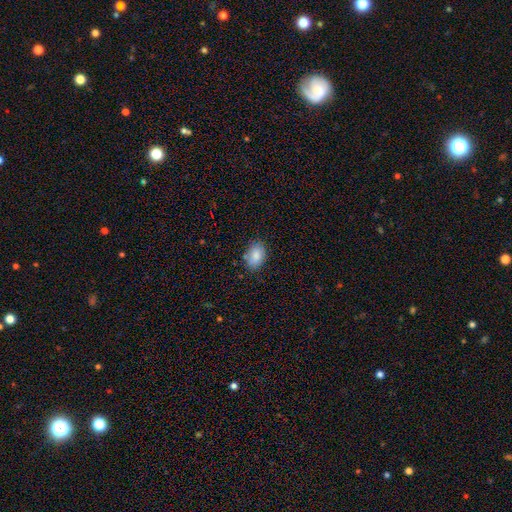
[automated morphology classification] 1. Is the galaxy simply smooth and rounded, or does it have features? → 85% smooth, 8% star or artifact, 7% featured or disk.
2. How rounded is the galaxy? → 81% in between, 18% round, 1% cigar-shaped.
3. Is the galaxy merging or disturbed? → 79% none, 16% minor disturbance, 3% major disturbance, 2% merger.